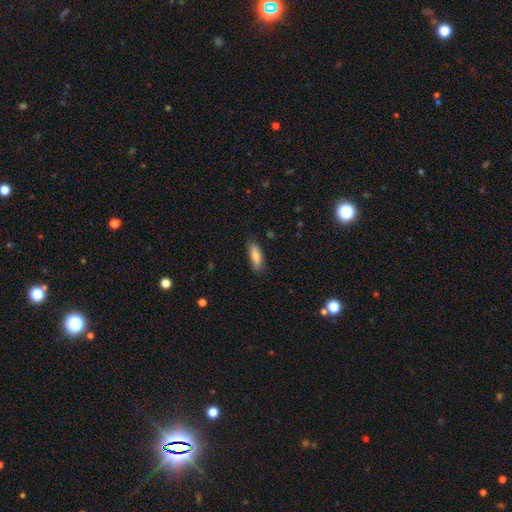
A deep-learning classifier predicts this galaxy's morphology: Smooth or featured: smooth — 78% (featured or disk — 15%)
How rounded: in between — 56% (cigar-shaped — 42%)
Merging: none — 81% (minor disturbance — 15%)